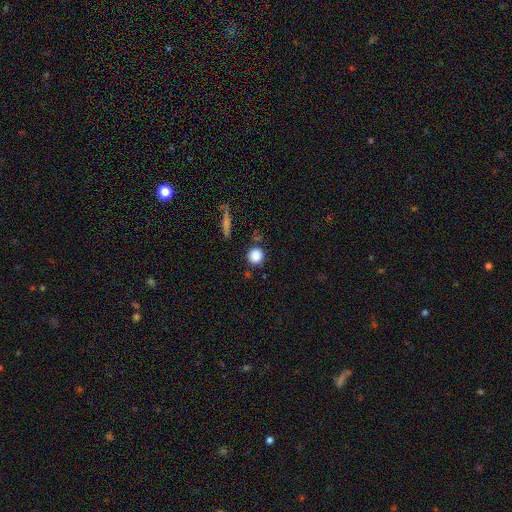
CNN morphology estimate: Smooth or featured: smooth — 86% (star or artifact — 10%)
How rounded: round — 91% (in between — 7%)
Merging: none — 83% (minor disturbance — 9%)